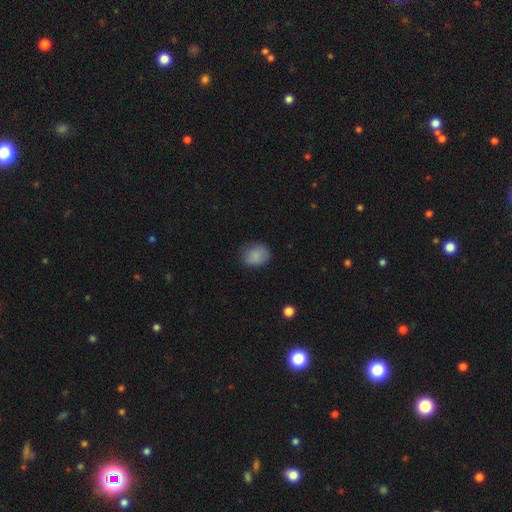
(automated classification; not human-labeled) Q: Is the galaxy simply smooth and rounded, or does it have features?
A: smooth — 86%.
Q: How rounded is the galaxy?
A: round — 52%.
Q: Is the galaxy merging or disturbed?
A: none — 78%.